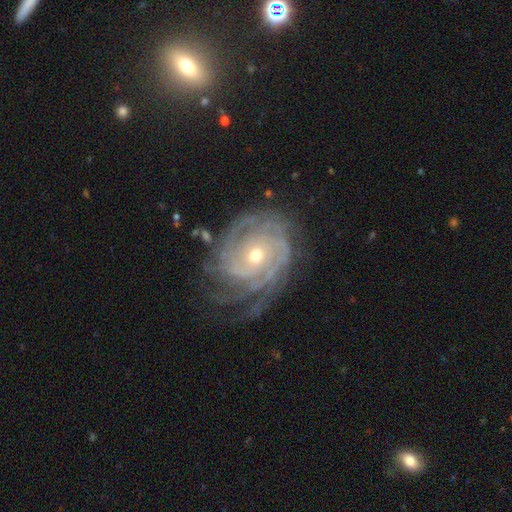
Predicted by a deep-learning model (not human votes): smooth_or_featured: featured or disk (p=0.90) [alt: star or artifact p=0.05]
disk_edge_on: no (p=0.97) [alt: yes p=0.03]
bar: no (p=0.75) [alt: weak p=0.18]
has_spiral_arms: yes (p=0.97) [alt: no p=0.03]
spiral_winding: tight (p=0.79) [alt: medium p=0.18]
spiral_arm_count: can't tell (p=0.25) [alt: 4 p=0.20]
bulge_size: small (p=0.52) [alt: moderate p=0.45]
merging: none (p=0.68) [alt: minor disturbance p=0.20]